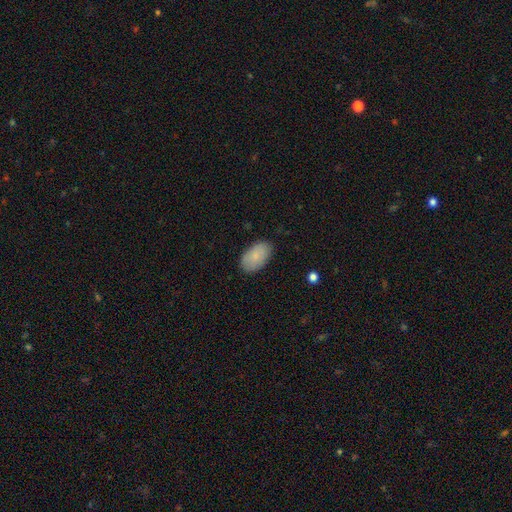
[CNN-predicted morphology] Overall: smooth (85%). How rounded: in between (94%). Merging: none (85%).